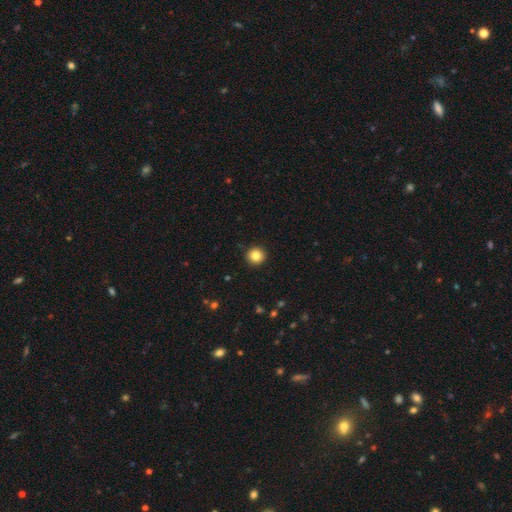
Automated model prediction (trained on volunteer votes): Smooth or featured?
  - smooth: 84% *
  - star or artifact: 10%
  - featured or disk: 6%
How rounded?
  - round: 95% *
  - in between: 4%
  - cigar-shaped: 1%
Merging?
  - none: 93% *
  - minor disturbance: 4%
  - major disturbance: 1%
  - merger: 1%